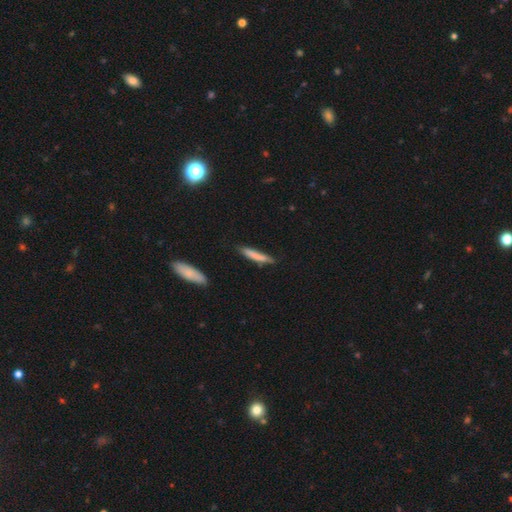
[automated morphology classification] Smooth or featured: smooth — 78% (featured or disk — 16%)
How rounded: cigar-shaped — 90% (in between — 8%)
Merging: none — 73% (minor disturbance — 20%)